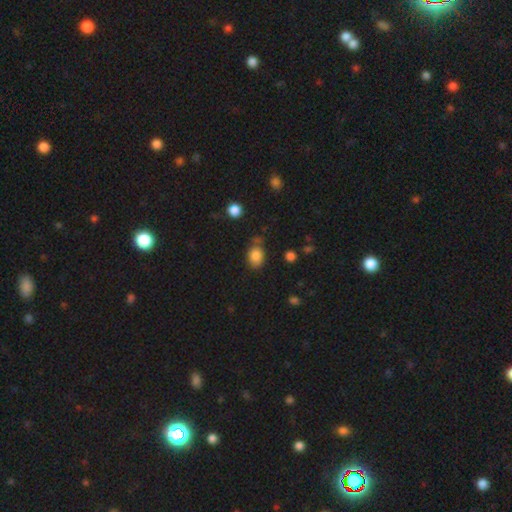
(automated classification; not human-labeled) This is clearly a smooth galaxy (84%). How rounded: likely in between (65%). Merging: likely none (65%).